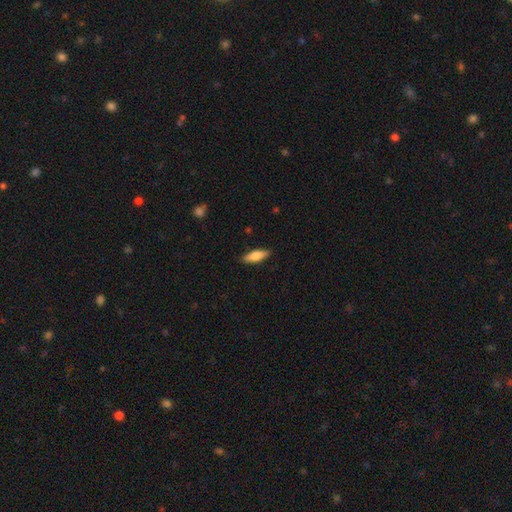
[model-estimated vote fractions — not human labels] Smooth or featured? smooth (72%)
How rounded? in between (53%)
Merging? none (87%)